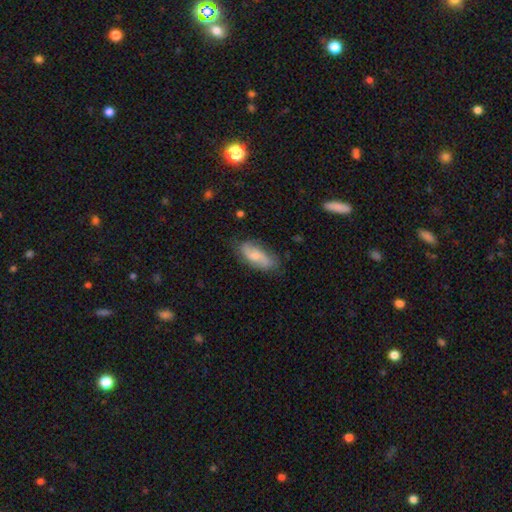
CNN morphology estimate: type=smooth (51%); roundness=in between (80%); merging=none (71%).